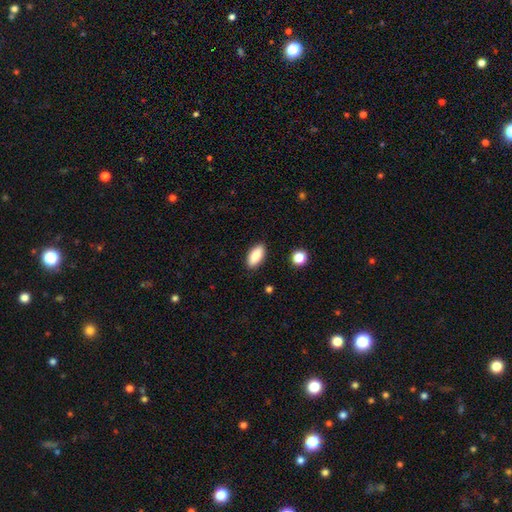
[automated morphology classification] The model was most divided on "merging": none: 88%, minor disturbance: 9%, major disturbance: 2%, merger: 1%. More confident: how rounded — in between (89%); smooth or featured — smooth (86%).